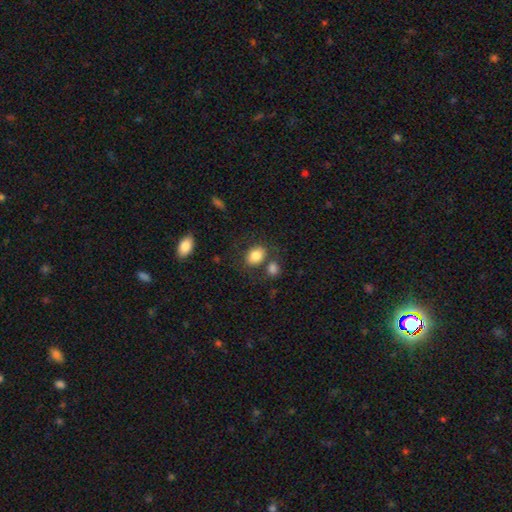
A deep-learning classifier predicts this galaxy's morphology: smooth 83%, featured or disk 9%, star or artifact 9%. Down the decision tree: how rounded — in between (66%); merging — none (66%).